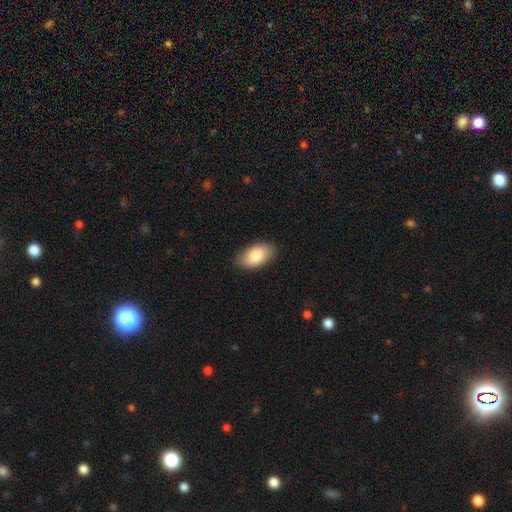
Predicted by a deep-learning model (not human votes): The model was most divided on "smooth or featured": smooth: 85%, featured or disk: 9%, star or artifact: 6%. More confident: how rounded — in between (94%); merging — none (86%).